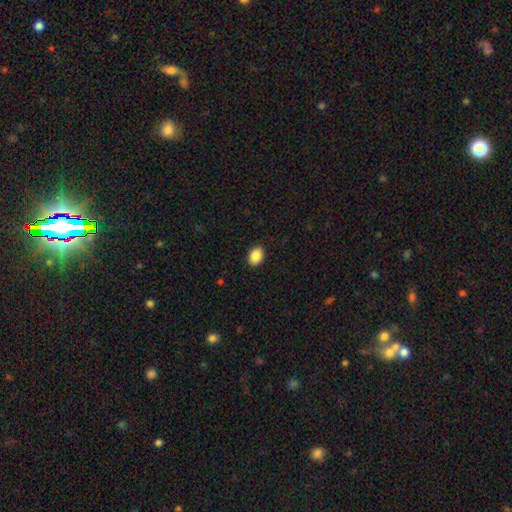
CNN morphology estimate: Smooth or featured: smooth — 88% (star or artifact — 8%)
How rounded: in between — 71% (round — 29%)
Merging: none — 90% (minor disturbance — 7%)